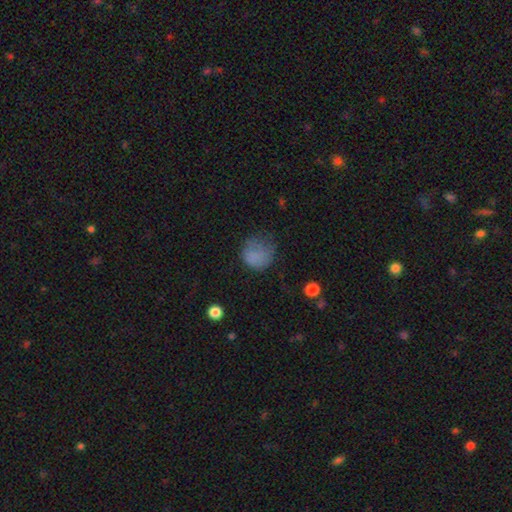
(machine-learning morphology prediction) type=smooth (76%); roundness=round (77%); merging=none (41%).